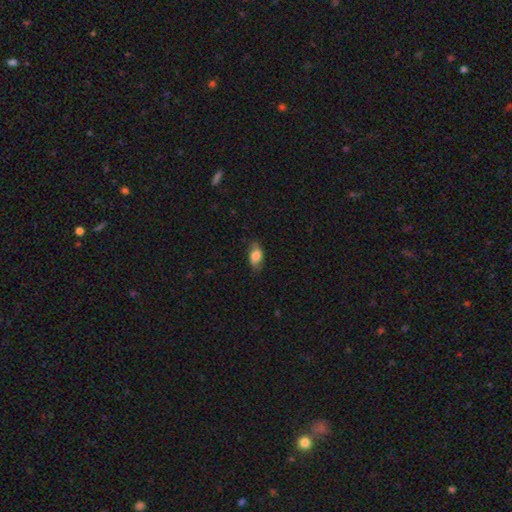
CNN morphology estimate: Q: Smooth or featured?
A: smooth (73%); runner-up: featured or disk (19%)
Q: How rounded?
A: in between (87%); runner-up: round (8%)
Q: Merging?
A: none (74%); runner-up: minor disturbance (20%)